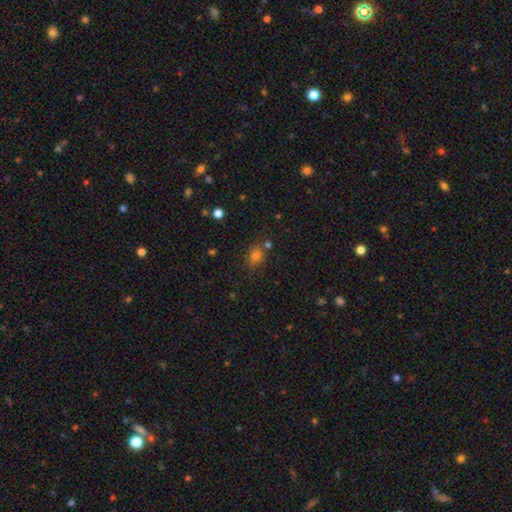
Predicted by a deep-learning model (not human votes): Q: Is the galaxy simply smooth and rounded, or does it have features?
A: smooth — 71%.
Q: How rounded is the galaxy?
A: round — 57%.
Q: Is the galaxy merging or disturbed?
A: none — 75%.